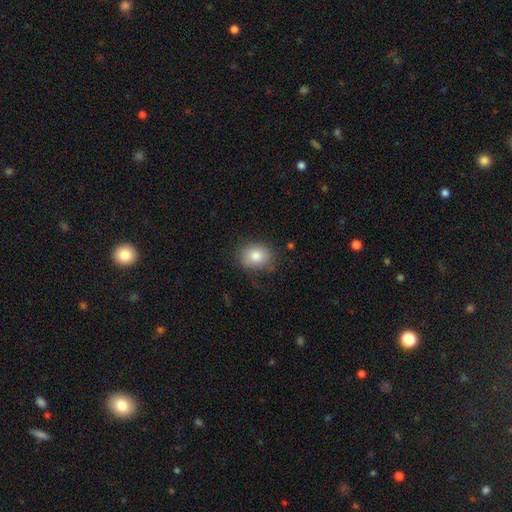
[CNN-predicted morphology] A smooth galaxy with no disk features (81%) that is round (60%). Merging: none (73%).